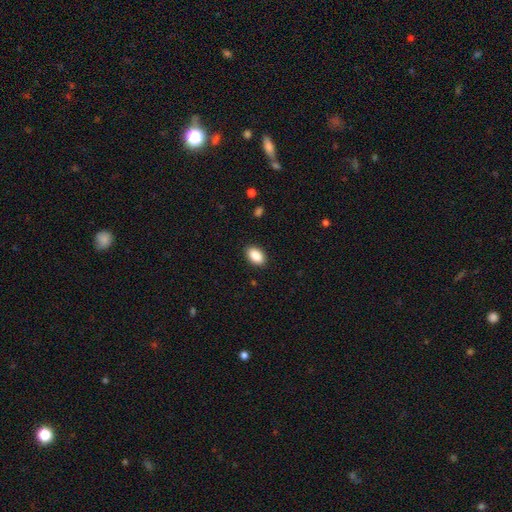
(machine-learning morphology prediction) smooth_or_featured: smooth (p=0.89) [alt: star or artifact p=0.07]
how_rounded: in between (p=0.92) [alt: round p=0.06]
merging: none (p=0.89) [alt: minor disturbance p=0.08]